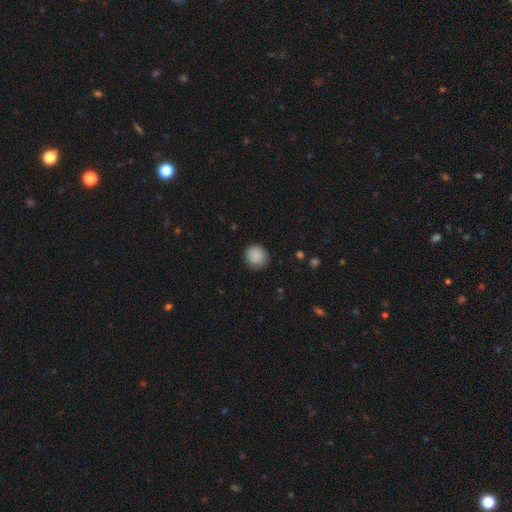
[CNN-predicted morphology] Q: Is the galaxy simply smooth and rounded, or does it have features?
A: smooth — 90%.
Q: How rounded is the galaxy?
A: round — 91%.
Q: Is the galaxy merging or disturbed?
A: none — 89%.